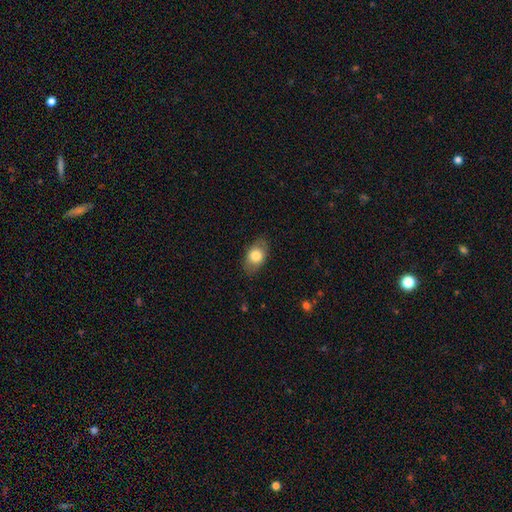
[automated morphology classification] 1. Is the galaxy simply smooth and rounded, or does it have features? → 77% smooth, 16% featured or disk, 7% star or artifact.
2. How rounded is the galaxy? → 85% in between, 13% round, 2% cigar-shaped.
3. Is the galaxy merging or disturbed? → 81% none, 14% minor disturbance, 4% major disturbance, 1% merger.